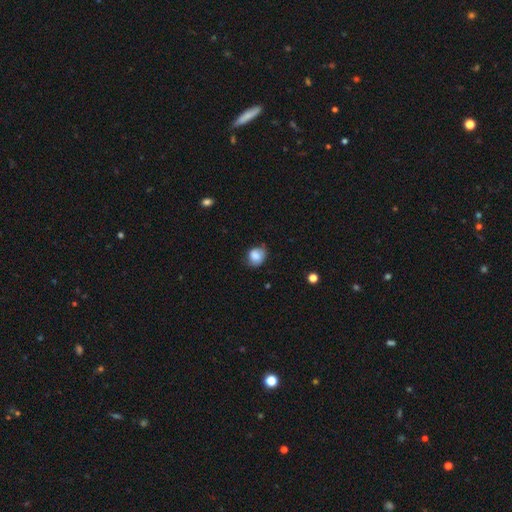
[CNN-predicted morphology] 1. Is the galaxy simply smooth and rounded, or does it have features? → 80% smooth, 11% featured or disk, 8% star or artifact.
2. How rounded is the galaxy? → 59% round, 40% in between, 1% cigar-shaped.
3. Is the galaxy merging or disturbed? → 63% none, 29% minor disturbance, 7% major disturbance, 2% merger.